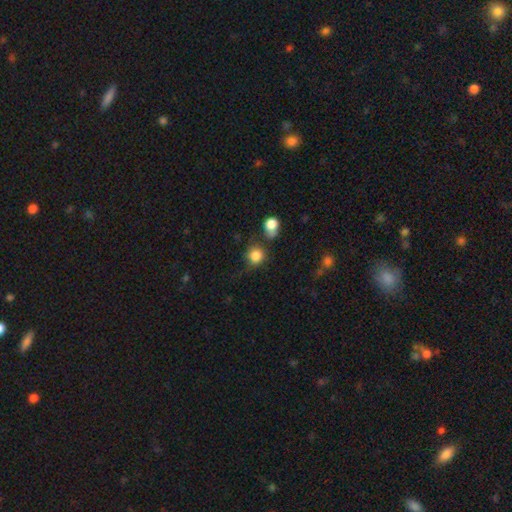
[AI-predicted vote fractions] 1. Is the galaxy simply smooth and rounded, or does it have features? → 83% smooth, 10% star or artifact, 6% featured or disk.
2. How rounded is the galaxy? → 86% round, 13% in between, 1% cigar-shaped.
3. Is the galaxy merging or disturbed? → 59% none, 19% minor disturbance, 14% merger, 9% major disturbance.